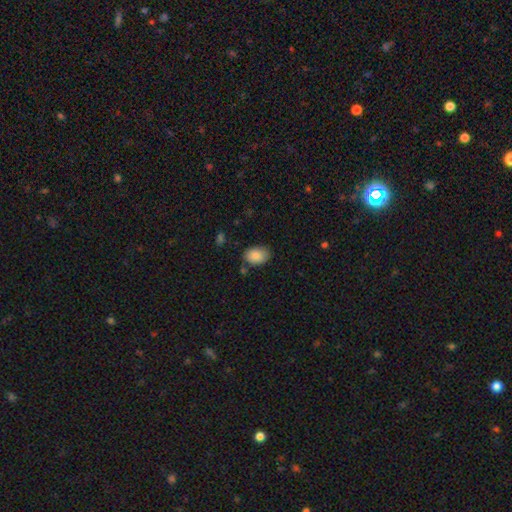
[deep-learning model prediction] This appears to be a smooth galaxy with no disk features (85%) that is in between round and cigar-shaped (82%). Merging: none (76%).